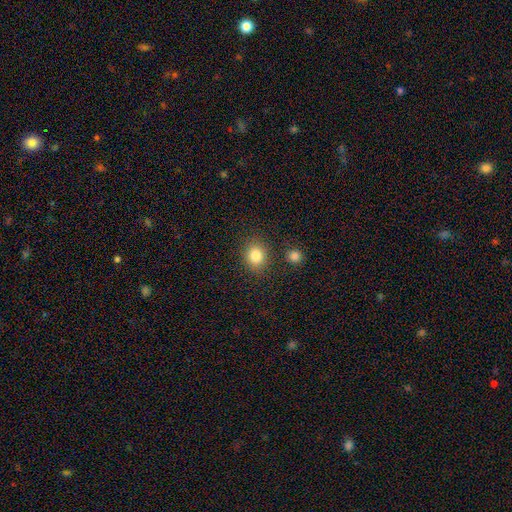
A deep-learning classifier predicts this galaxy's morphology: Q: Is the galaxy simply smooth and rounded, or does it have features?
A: smooth — 83%.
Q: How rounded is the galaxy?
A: round — 69%.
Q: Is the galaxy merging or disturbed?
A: none — 84%.